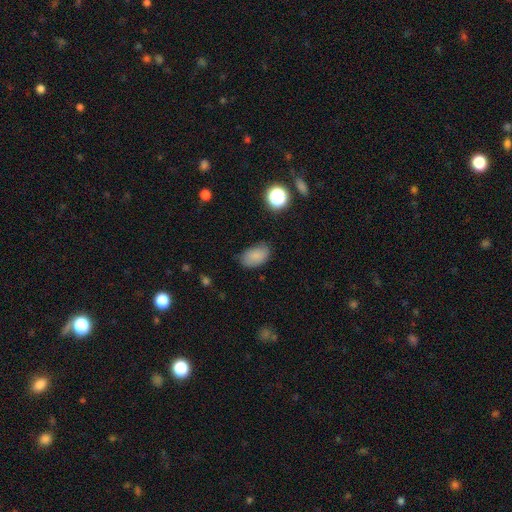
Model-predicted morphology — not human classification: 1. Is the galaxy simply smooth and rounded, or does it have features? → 82% smooth, 10% star or artifact, 8% featured or disk.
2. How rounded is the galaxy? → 90% in between, 9% round, 1% cigar-shaped.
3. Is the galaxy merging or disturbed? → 75% none, 19% minor disturbance, 4% major disturbance, 1% merger.